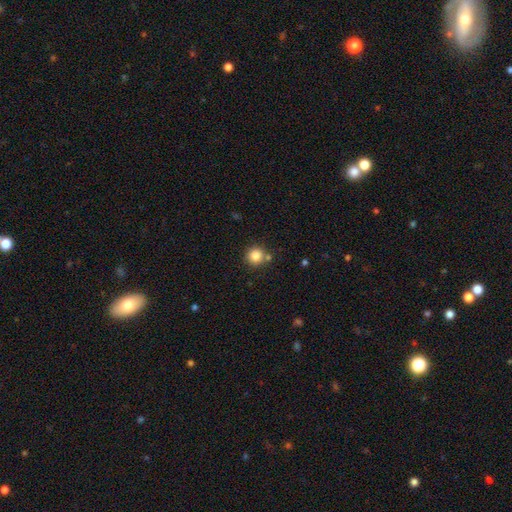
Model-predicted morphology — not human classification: Q: Smooth or featured?
A: smooth (84%); runner-up: star or artifact (11%)
Q: How rounded?
A: round (94%); runner-up: in between (5%)
Q: Merging?
A: none (79%); runner-up: merger (10%)